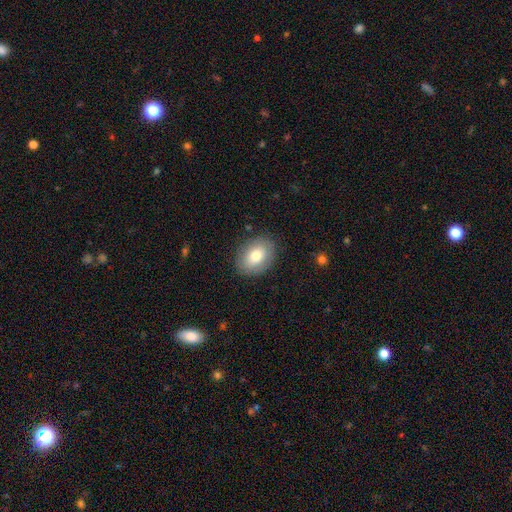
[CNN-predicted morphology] The model was most divided on "how rounded": in between: 71%, round: 28%, cigar-shaped: 1%. More confident: merging — none (85%); smooth or featured — smooth (74%).